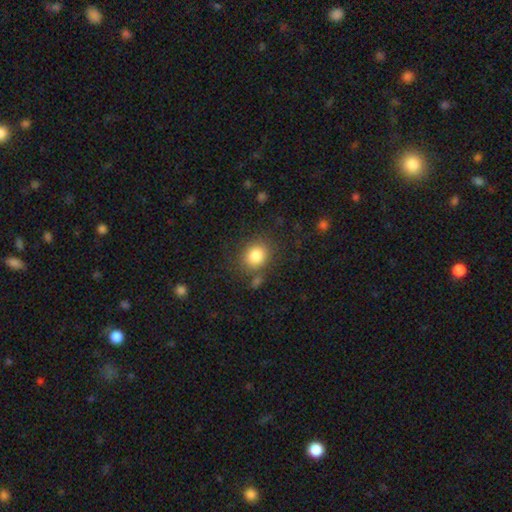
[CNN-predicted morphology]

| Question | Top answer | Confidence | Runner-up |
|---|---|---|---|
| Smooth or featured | smooth | 84% | star or artifact (10%) |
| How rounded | round | 67% | in between (32%) |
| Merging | none | 76% | minor disturbance (13%) |